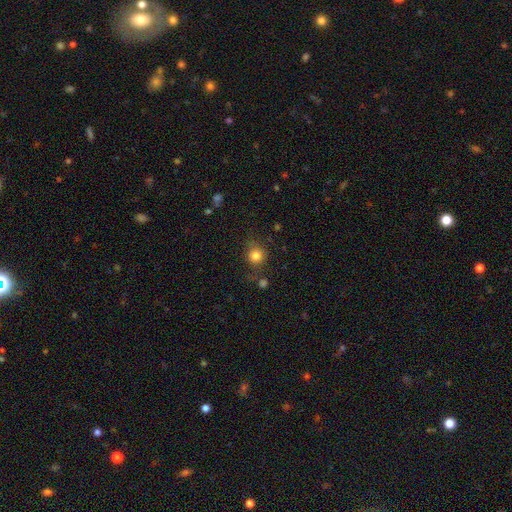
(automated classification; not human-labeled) smooth 81%, star or artifact 12%, featured or disk 6%. Down the decision tree: how rounded — round (87%); merging — none (74%).